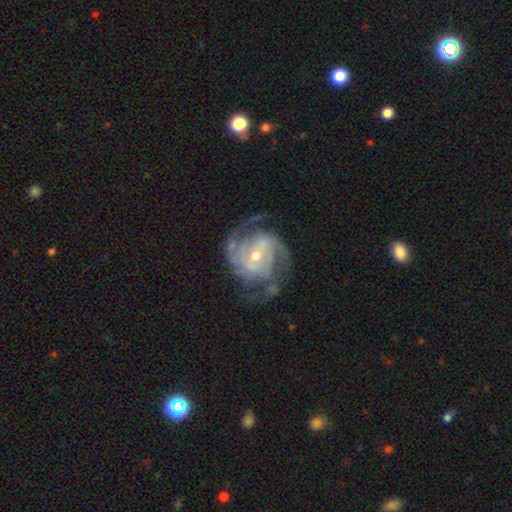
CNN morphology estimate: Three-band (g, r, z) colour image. It shows a featured or disk galaxy (90%) with no bar (42%), 2 (41%) medium (45%, tied with tight) spiral arms (97%) and a small central bulge (54%). Merging: none (69%).